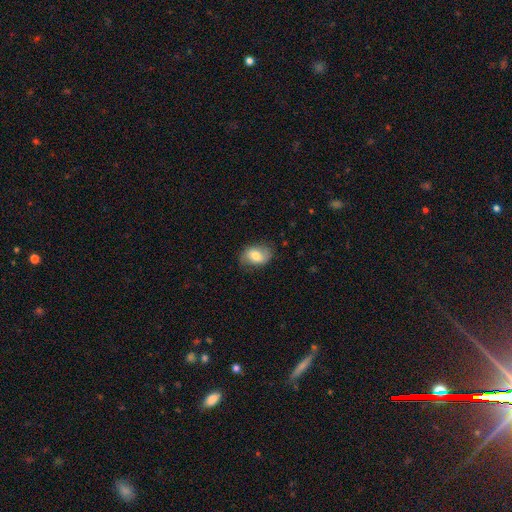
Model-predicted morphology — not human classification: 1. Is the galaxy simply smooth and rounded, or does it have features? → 67% smooth, 26% featured or disk, 8% star or artifact.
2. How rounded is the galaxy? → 76% in between, 22% round, 1% cigar-shaped.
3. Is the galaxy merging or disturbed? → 73% none, 20% minor disturbance, 6% major disturbance, 1% merger.